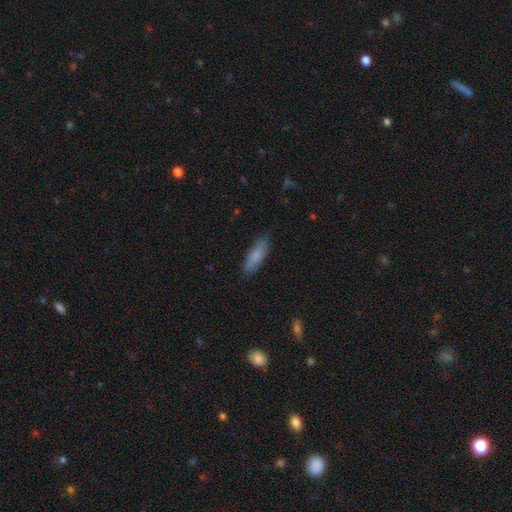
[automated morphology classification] Smooth or featured: smooth — 82% (featured or disk — 12%)
How rounded: in between — 54% (cigar-shaped — 45%)
Merging: none — 84% (minor disturbance — 13%)